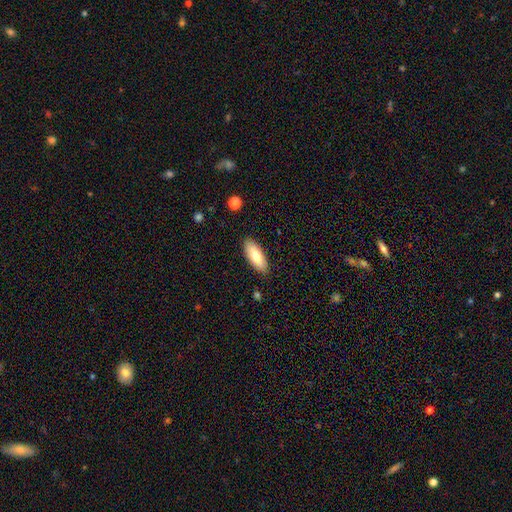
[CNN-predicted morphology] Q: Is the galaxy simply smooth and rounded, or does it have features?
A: smooth — 75%.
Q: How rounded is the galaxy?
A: in between — 78%.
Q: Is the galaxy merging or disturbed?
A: none — 88%.